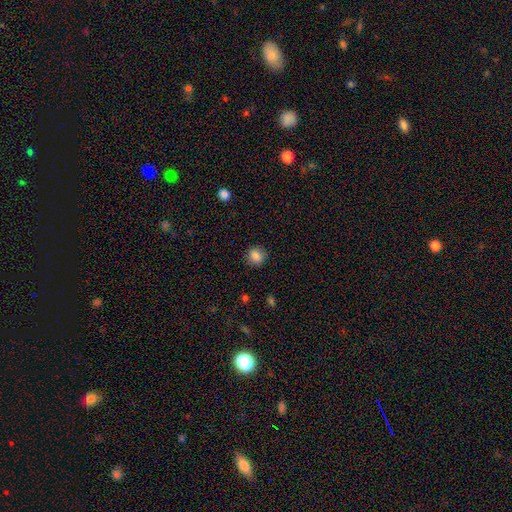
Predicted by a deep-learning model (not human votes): Overall: smooth (85%). How rounded: round (75%). Merging: none (86%).